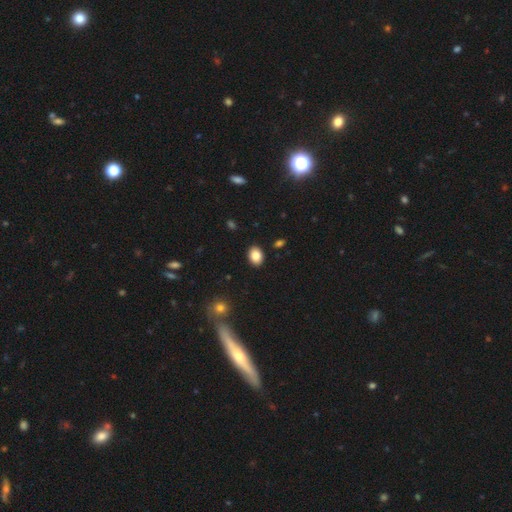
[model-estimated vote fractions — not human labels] Smooth or featured: smooth — 86% (star or artifact — 8%)
How rounded: in between — 70% (round — 29%)
Merging: none — 90% (minor disturbance — 7%)